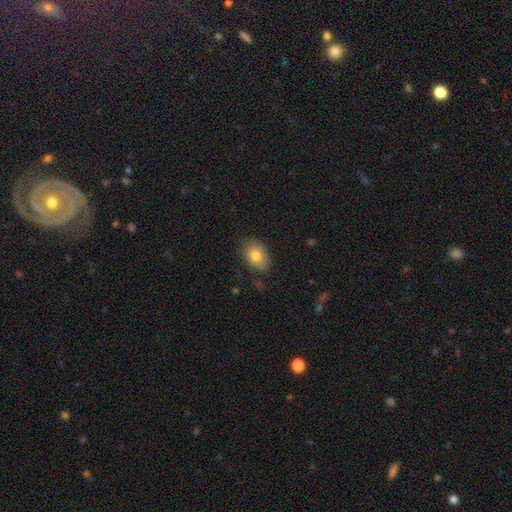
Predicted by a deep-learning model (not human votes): Smooth or featured?
  - smooth: 78% *
  - featured or disk: 14%
  - star or artifact: 8%
How rounded?
  - in between: 82% *
  - round: 16%
  - cigar-shaped: 1%
Merging?
  - none: 78% *
  - minor disturbance: 17%
  - major disturbance: 4%
  - merger: 2%